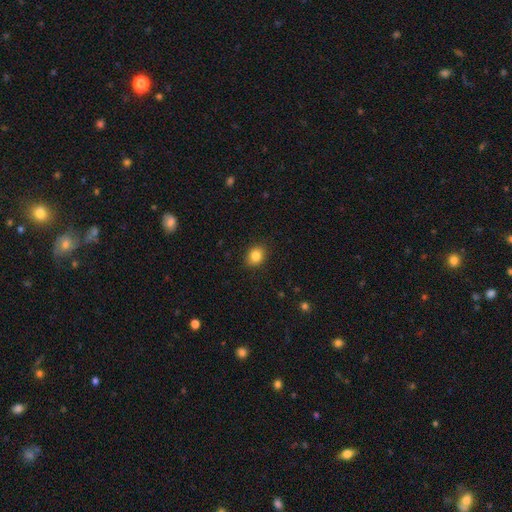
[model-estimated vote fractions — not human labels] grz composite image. It shows a smooth galaxy with no disk features (85%) that is round (53%). Merging: none (89%).